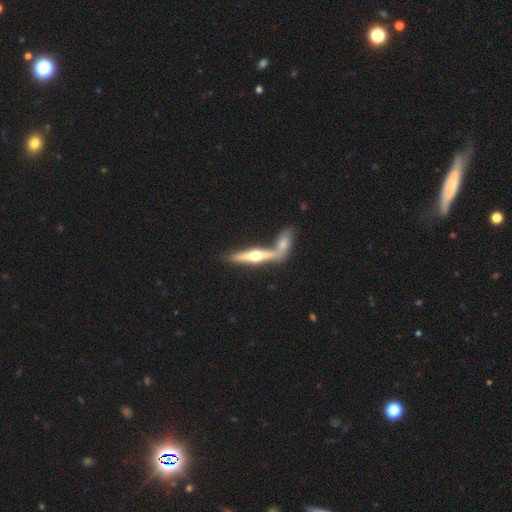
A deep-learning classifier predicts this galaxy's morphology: This appears to be a featured or disk galaxy (66%) viewed edge-on (93%) with a rounded central bulge (95%). Merging: merger (45%).